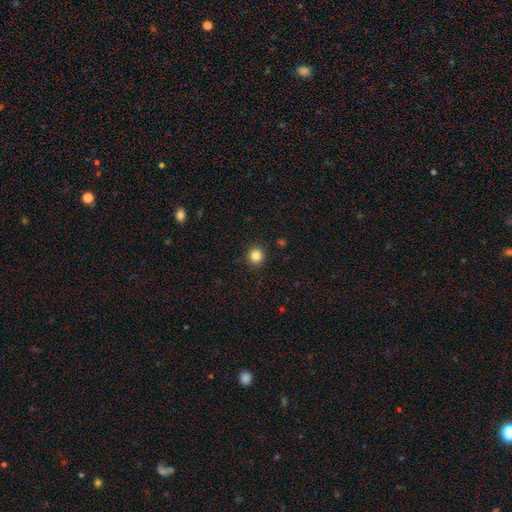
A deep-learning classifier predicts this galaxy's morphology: smooth 84%, star or artifact 12%, featured or disk 5%. Down the decision tree: how rounded — round (92%); merging — none (92%).